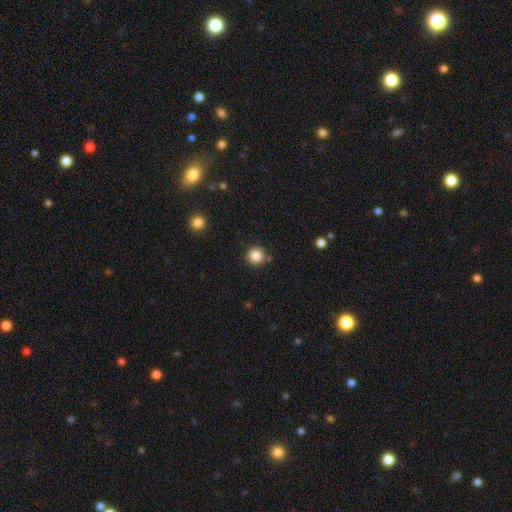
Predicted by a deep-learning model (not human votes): Morphology: type=smooth (85%); roundness=round (95%); merging=none (87%).